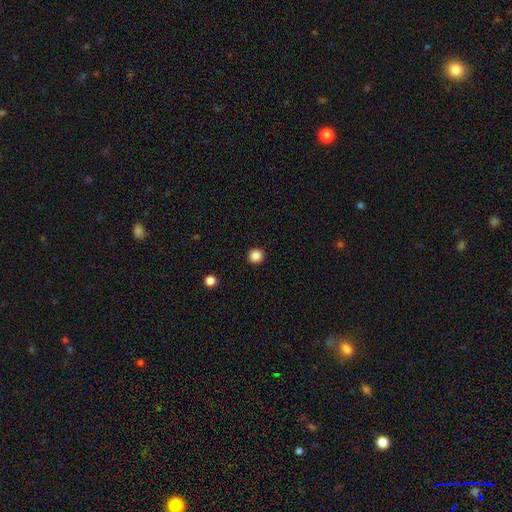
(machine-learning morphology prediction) This is clearly a smooth galaxy (86%). How rounded: clearly round (93%). Merging: clearly none (93%).